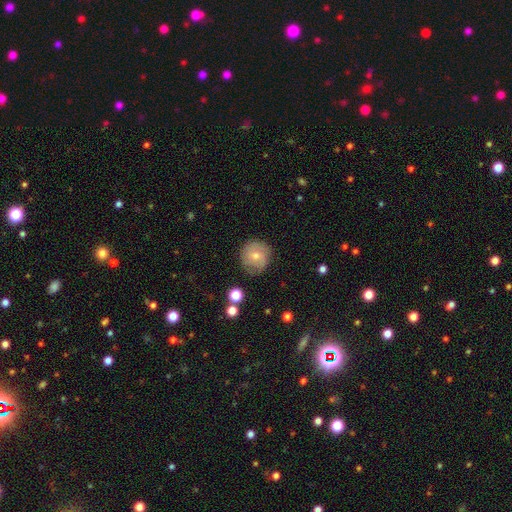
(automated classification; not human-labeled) A smooth galaxy with no disk features (57%) that is round (91%). Merging: none (79%).